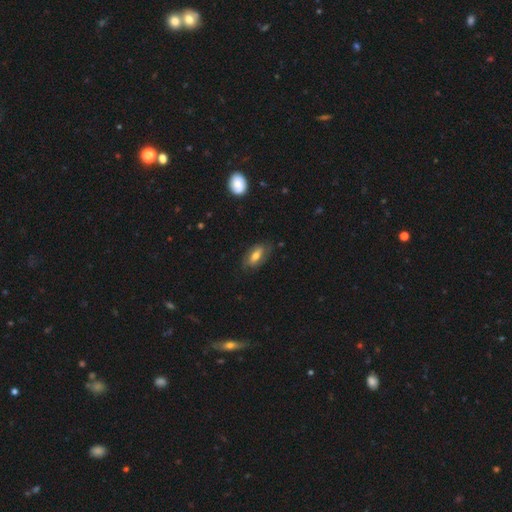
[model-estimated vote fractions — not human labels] Smooth or featured? Predicted: smooth (p=0.56). How rounded? Predicted: in between (p=0.81). Merging? Predicted: none (p=0.70).